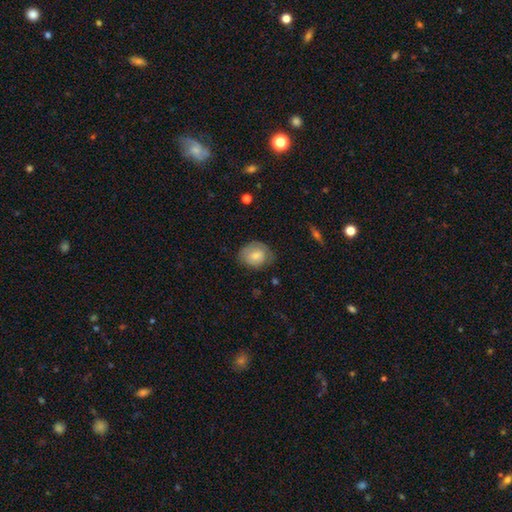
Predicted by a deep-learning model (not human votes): Smooth or featured? smooth (68%)
How rounded? round (54%)
Merging? none (65%)